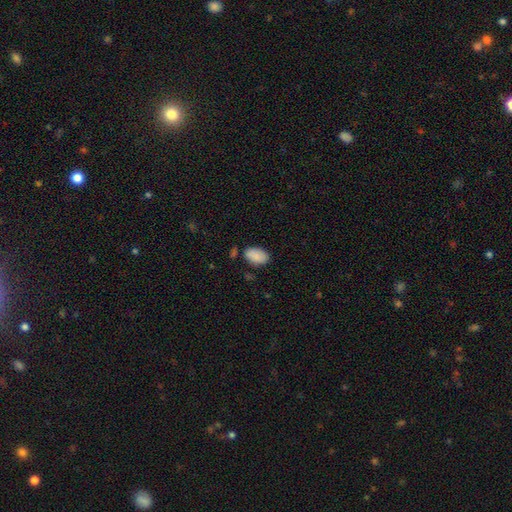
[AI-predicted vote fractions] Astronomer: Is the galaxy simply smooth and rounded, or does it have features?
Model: smooth — 89%.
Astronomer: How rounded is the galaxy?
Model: in between — 91%.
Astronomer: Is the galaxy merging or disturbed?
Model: none — 74%.